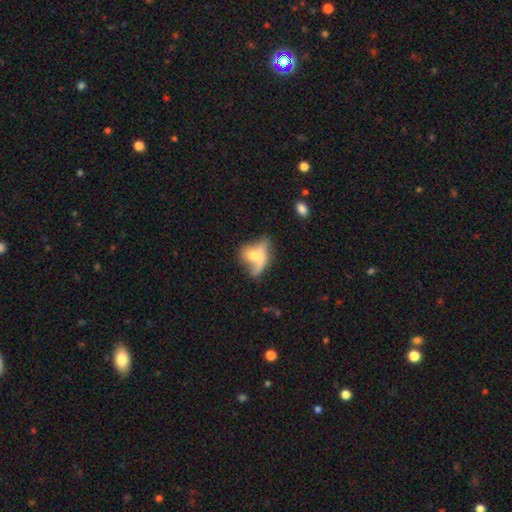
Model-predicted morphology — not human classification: Smooth or featured? smooth (47%)
Merging? major disturbance (29%)